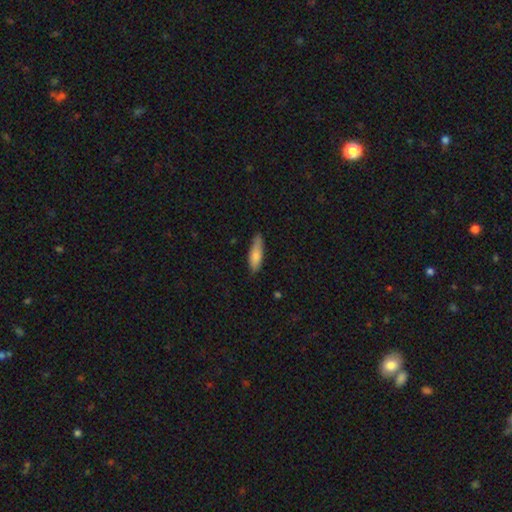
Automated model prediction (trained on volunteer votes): This is clearly a smooth galaxy (81%). How rounded: possibly cigar-shaped (50%). Merging: likely none (76%).